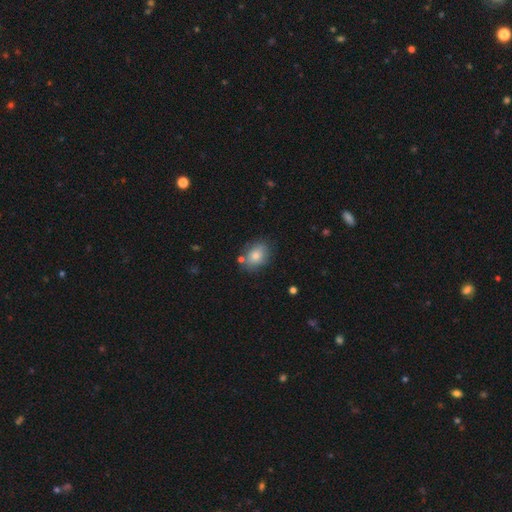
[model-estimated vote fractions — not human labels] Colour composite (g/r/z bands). It shows a smooth galaxy with no disk features (80%) that is in between round and cigar-shaped (68%). Merging: none (74%).